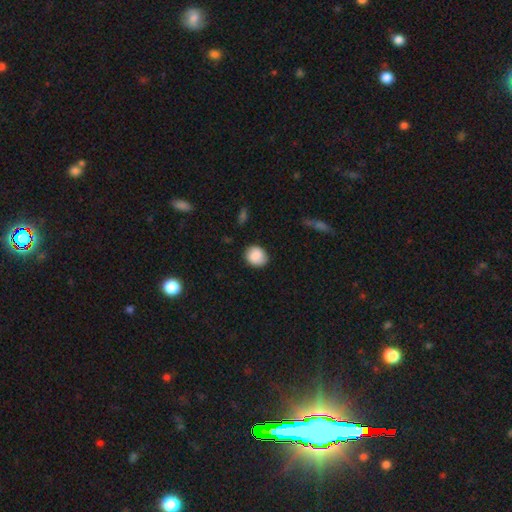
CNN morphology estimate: The model was most divided on "how rounded": round: 75%, in between: 24%, cigar-shaped: 1%. More confident: smooth or featured — smooth (86%); merging — none (84%).